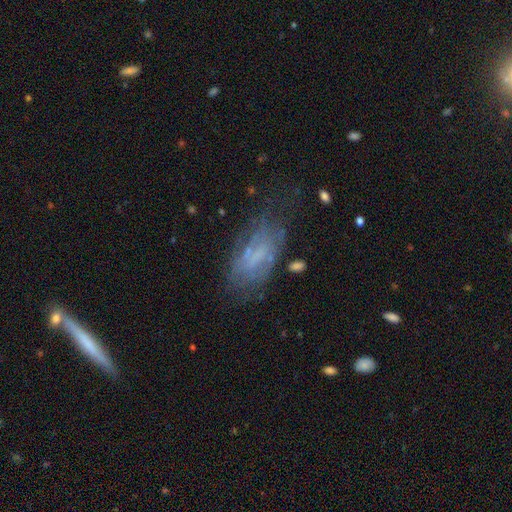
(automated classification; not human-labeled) featured or disk 49%, smooth 39%, star or artifact 12%. Down the decision tree: merging — none (53%).